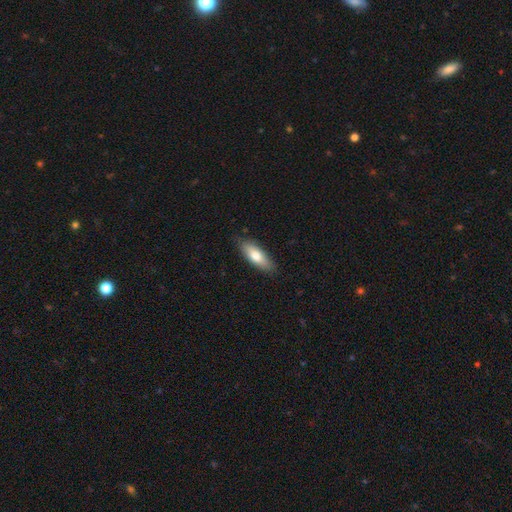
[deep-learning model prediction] smooth-or-featured: smooth: 73% | featured or disk: 21% | star or artifact: 6%
  how-rounded: in between: 66% | cigar-shaped: 32% | round: 2%
  merging: none: 83% | minor disturbance: 13% | major disturbance: 2% | merger: 1%